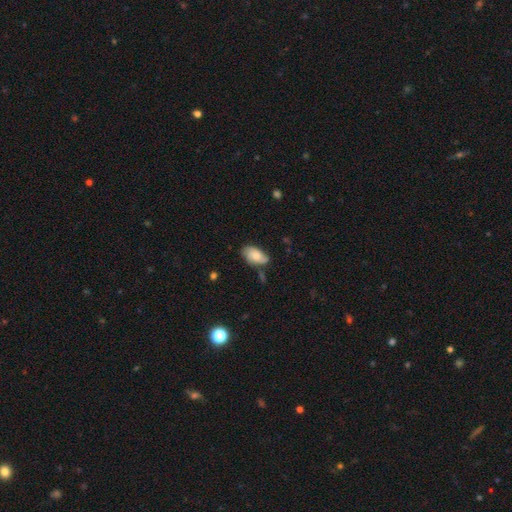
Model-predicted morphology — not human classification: A smooth galaxy with no disk features (55%) that is in between round and cigar-shaped (91%).

Vote fractions:
- Smooth or featured? smooth: 55% / featured or disk: 37% / star or artifact: 8%
- How rounded? in between: 91% / round: 6% / cigar-shaped: 3%
- Merging? none: 57% / minor disturbance: 29% / major disturbance: 9% / merger: 5%